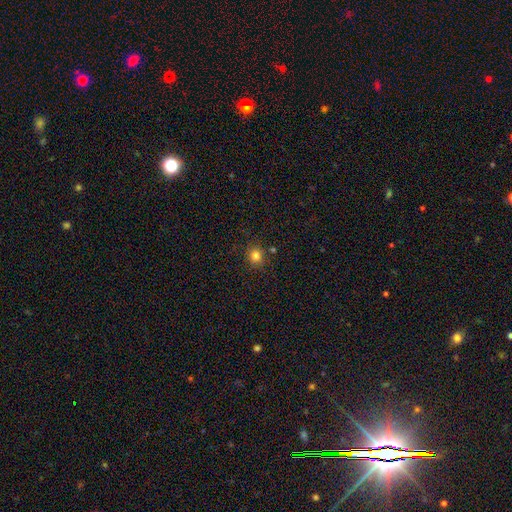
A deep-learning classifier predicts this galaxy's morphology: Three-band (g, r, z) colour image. It shows a smooth galaxy with no disk features (80%) that is round (84%). Merging: none (82%).